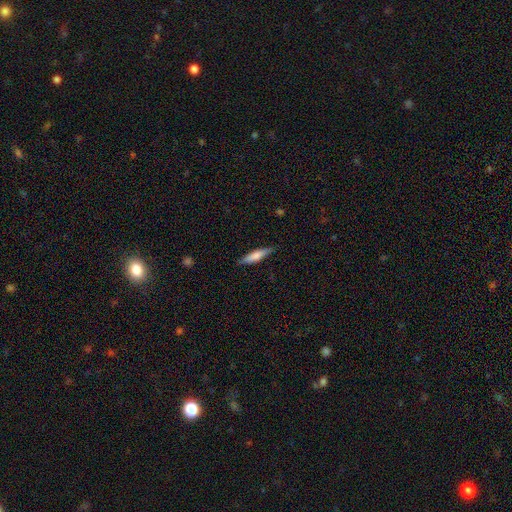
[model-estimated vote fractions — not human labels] This appears to be a smooth galaxy with no disk features (63%) that is cigar-shaped (81%). Merging: none (85%).